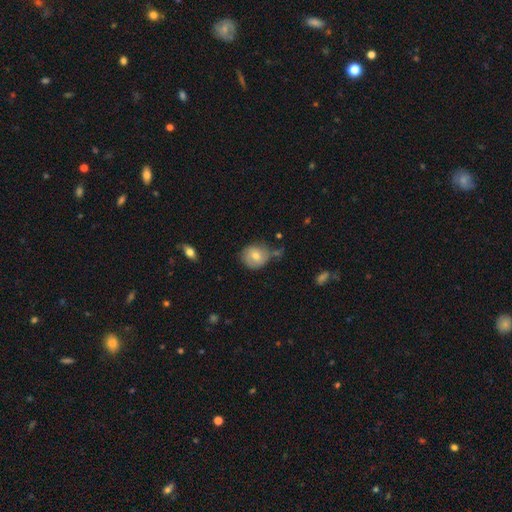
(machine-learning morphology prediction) Smooth or featured: smooth — 68% (featured or disk — 23%)
How rounded: round — 84% (in between — 15%)
Merging: none — 66% (minor disturbance — 21%)